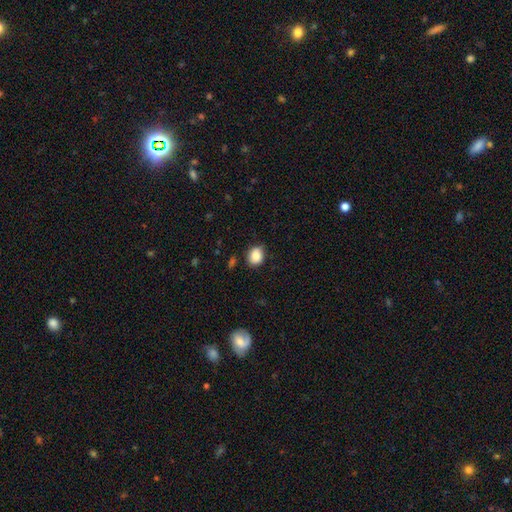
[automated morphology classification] Smooth or featured: smooth — 85% (star or artifact — 9%)
How rounded: round — 54% (in between — 45%)
Merging: none — 83% (minor disturbance — 12%)